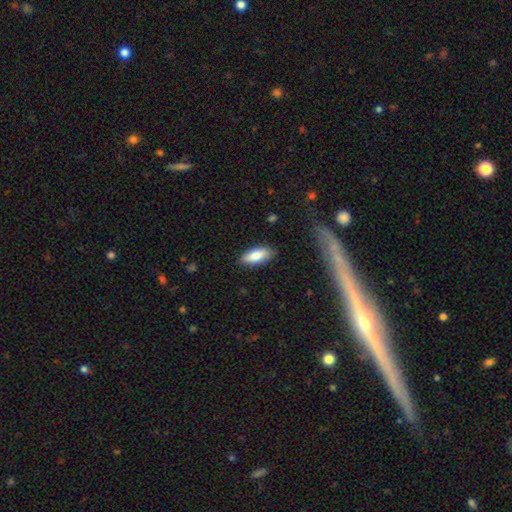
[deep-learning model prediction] smooth 80%, featured or disk 13%, star or artifact 6%. Down the decision tree: how rounded — in between (74%); merging — none (86%).